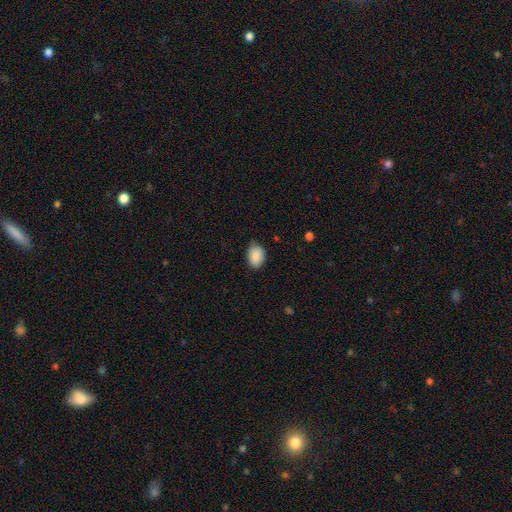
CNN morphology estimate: smooth-or-featured: smooth: 88% | star or artifact: 7% | featured or disk: 5%
  how-rounded: in between: 80% | round: 19% | cigar-shaped: 1%
  merging: none: 73% | minor disturbance: 23% | major disturbance: 3% | merger: 1%